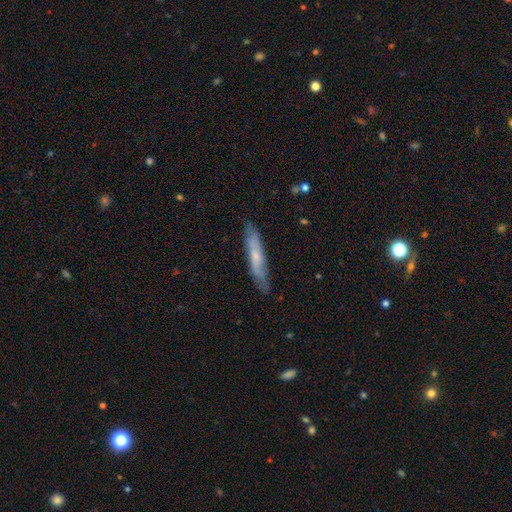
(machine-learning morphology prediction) Overall: smooth (51%; featured or disk 43%). How rounded: cigar-shaped (87%). Merging: none (77%).